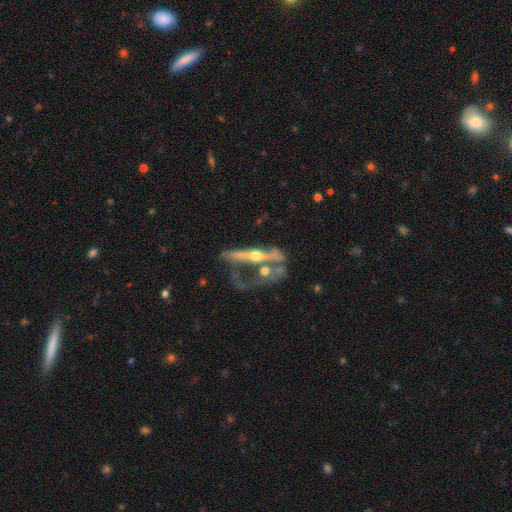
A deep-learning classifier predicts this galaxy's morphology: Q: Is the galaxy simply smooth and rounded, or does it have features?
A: featured or disk — 76%.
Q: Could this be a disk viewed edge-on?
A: yes — 81%.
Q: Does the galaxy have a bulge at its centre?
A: rounded — 92%.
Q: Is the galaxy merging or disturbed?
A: merger — 34%.